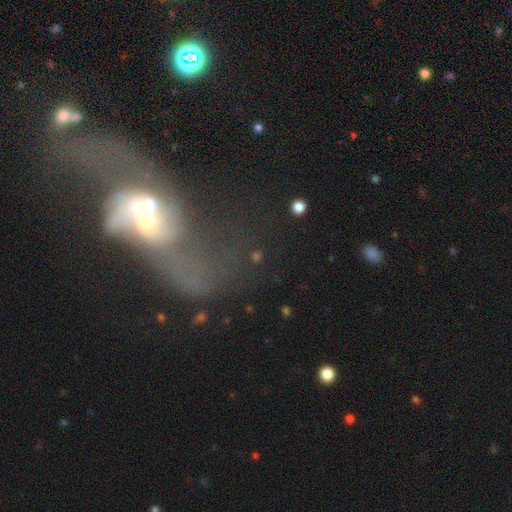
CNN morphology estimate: The model was most divided on "smooth or featured": smooth: 39%, star or artifact: 35%, featured or disk: 26%. More confident: merging — none (52%).